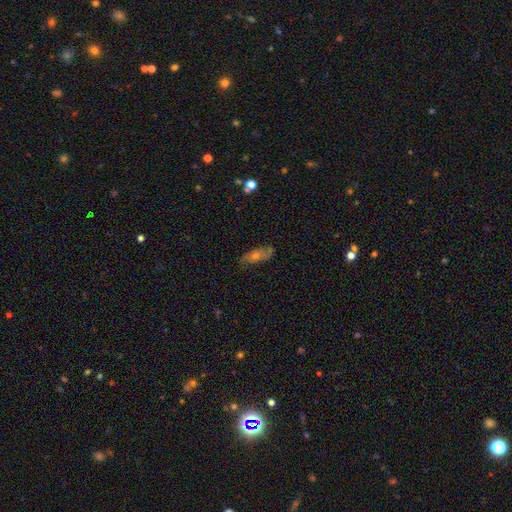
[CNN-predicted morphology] This appears to be a featured or disk galaxy (56%). Merging: none (74%).